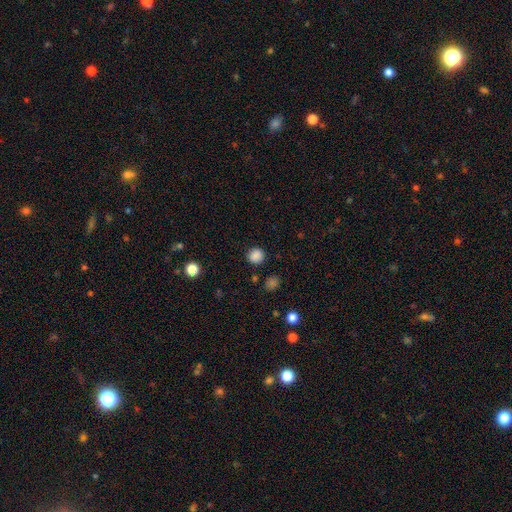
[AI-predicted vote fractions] A smooth galaxy with no disk features (86%) that is round (92%). Merging: none (89%).